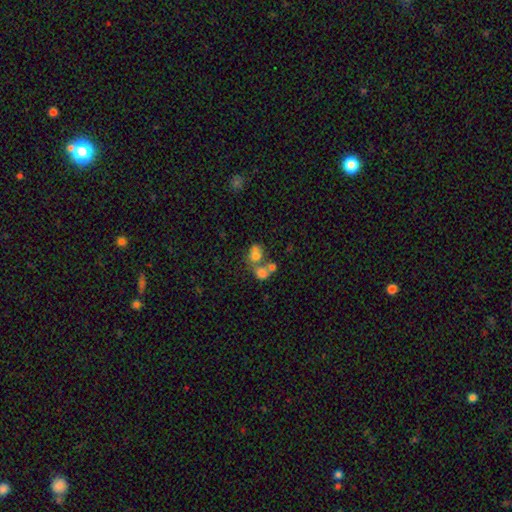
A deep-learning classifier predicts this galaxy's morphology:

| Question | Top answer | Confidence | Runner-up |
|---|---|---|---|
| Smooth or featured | smooth | 67% | featured or disk (19%) |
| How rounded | round | 55% | in between (44%) |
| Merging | merger | 56% | none (29%) |